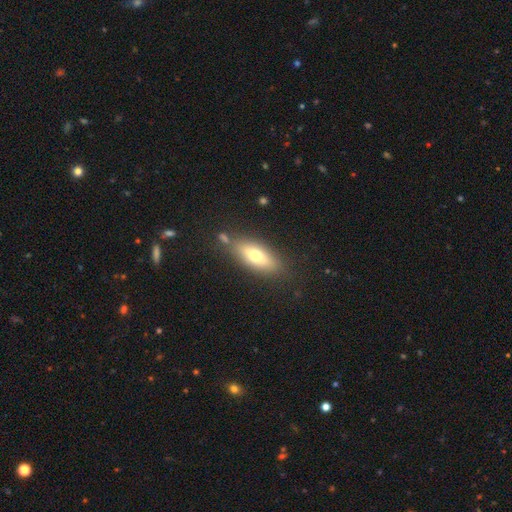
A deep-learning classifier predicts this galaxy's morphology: Overall: smooth (65%; featured or disk 27%). How rounded: in between (69%). Merging: none (78%).